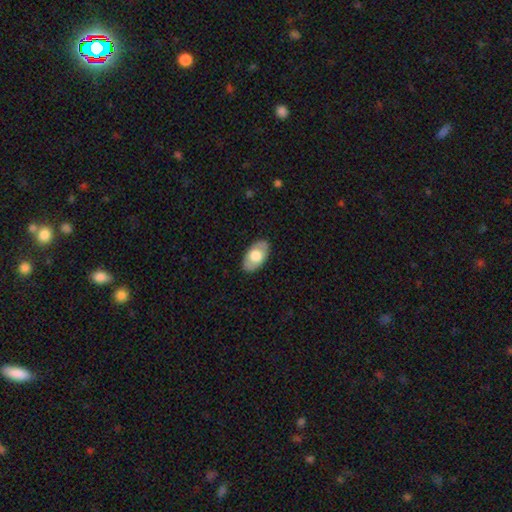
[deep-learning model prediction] Morphology: type=smooth (65%); roundness=in between (94%); merging=none (86%).